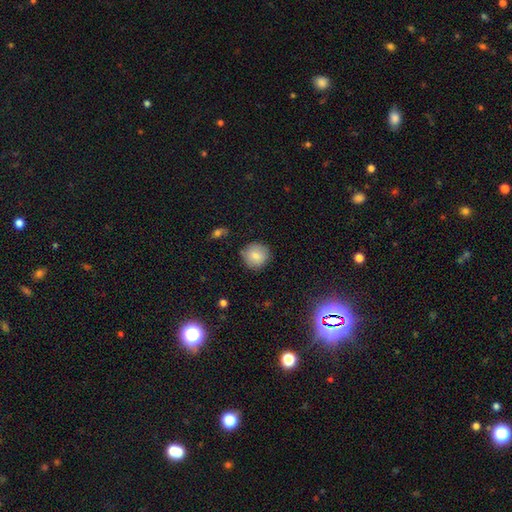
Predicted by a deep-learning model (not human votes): Smooth or featured? smooth (81%)
How rounded? round (93%)
Merging? none (84%)